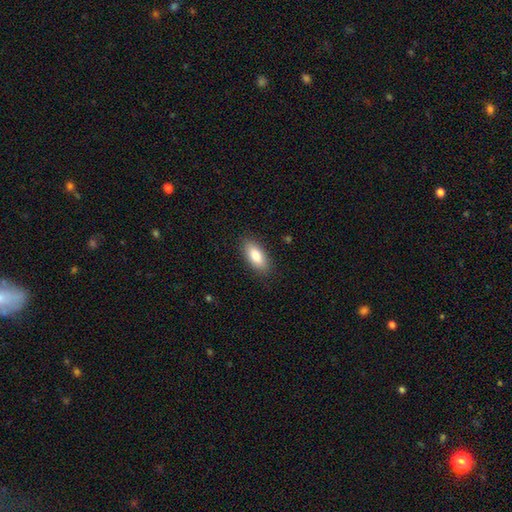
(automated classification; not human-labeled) Smooth or featured? smooth (85%)
How rounded? in between (84%)
Merging? none (87%)